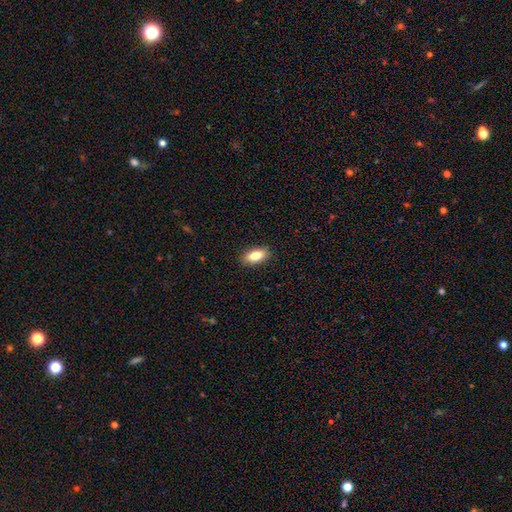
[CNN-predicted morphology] A smooth galaxy with no disk features (83%) that is in between round and cigar-shaped (89%).

Vote fractions:
- Smooth or featured? smooth: 83% / featured or disk: 9% / star or artifact: 7%
- How rounded? in between: 89% / cigar-shaped: 7% / round: 4%
- Merging? none: 89% / minor disturbance: 8% / major disturbance: 2% / merger: 1%